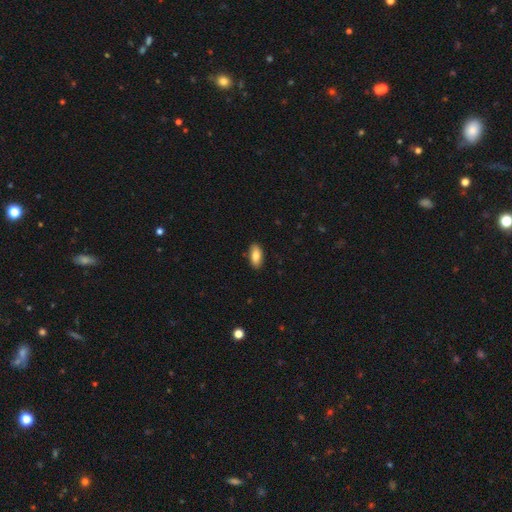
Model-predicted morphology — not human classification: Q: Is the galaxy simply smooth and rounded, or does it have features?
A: smooth — 84%.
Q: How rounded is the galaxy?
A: in between — 89%.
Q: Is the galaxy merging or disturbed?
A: none — 88%.